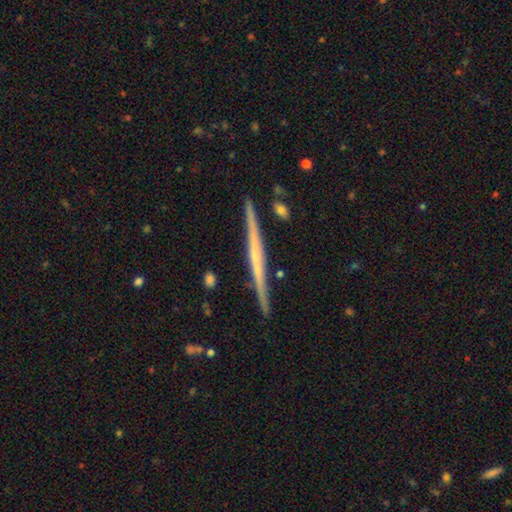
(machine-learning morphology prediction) A featured or disk galaxy (71%) viewed edge-on (98%) with no central bulge (68%). Merging: none (90%).